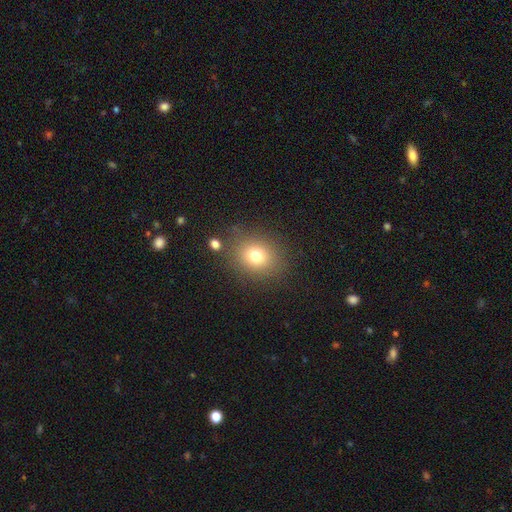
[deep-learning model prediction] This is likely a smooth galaxy (75%). How rounded: likely round (70%). Merging: clearly none (82%).